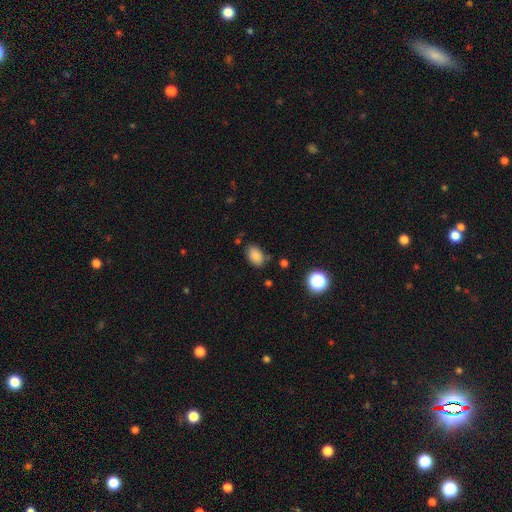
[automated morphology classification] Smooth or featured?
  - smooth: 84% *
  - star or artifact: 10%
  - featured or disk: 5%
How rounded?
  - in between: 88% *
  - round: 11%
  - cigar-shaped: 1%
Merging?
  - none: 79% *
  - minor disturbance: 15%
  - major disturbance: 3%
  - merger: 3%